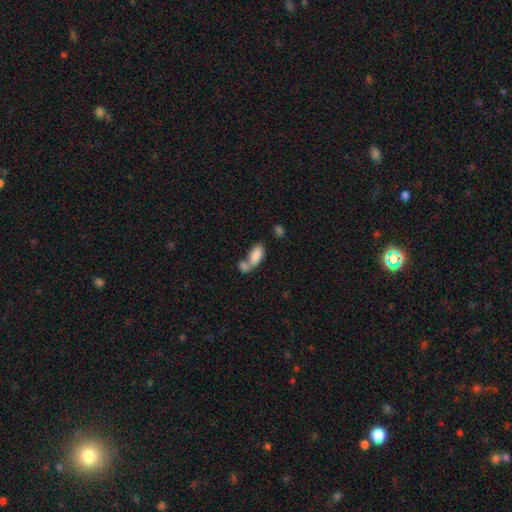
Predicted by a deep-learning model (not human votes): Q: Smooth or featured?
A: smooth (83%); runner-up: featured or disk (9%)
Q: How rounded?
A: in between (91%); runner-up: cigar-shaped (6%)
Q: Merging?
A: merger (62%); runner-up: none (24%)